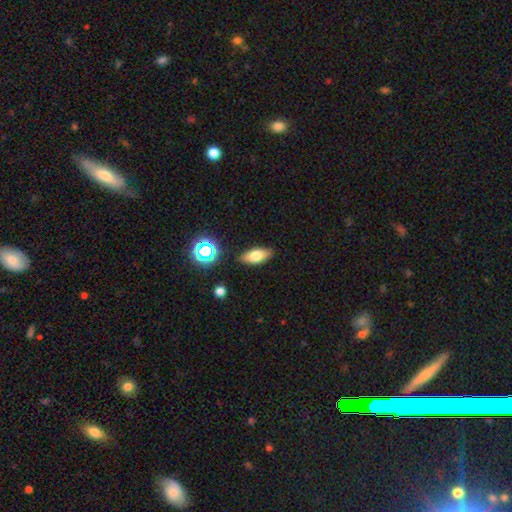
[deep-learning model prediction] A smooth galaxy with no disk features (71%) that is in between round and cigar-shaped (85%). Merging: none (85%).